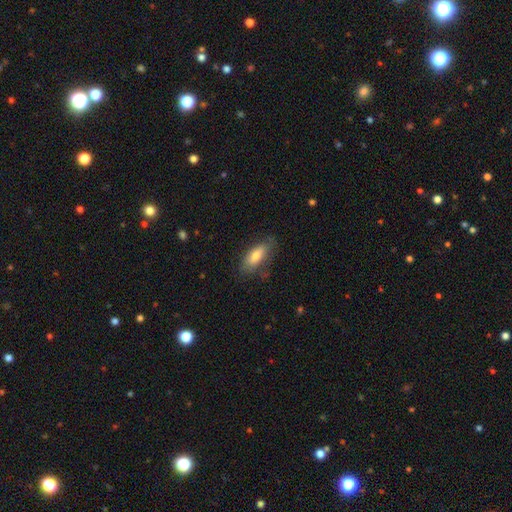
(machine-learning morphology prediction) smooth 72%, featured or disk 21%, star or artifact 7%. Down the decision tree: how rounded — in between (76%); merging — none (73%).